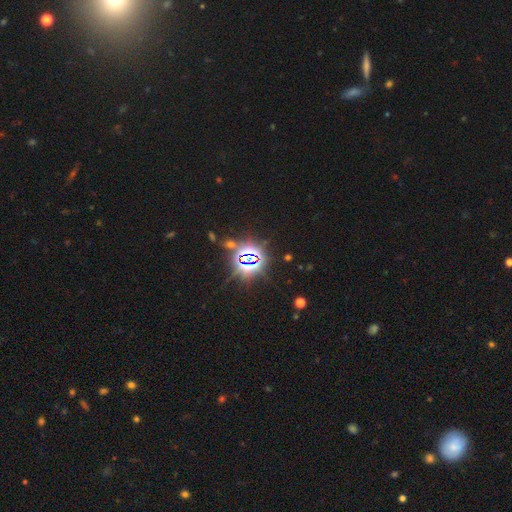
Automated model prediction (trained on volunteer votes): Smooth or featured: star or artifact — 84% (smooth — 10%)